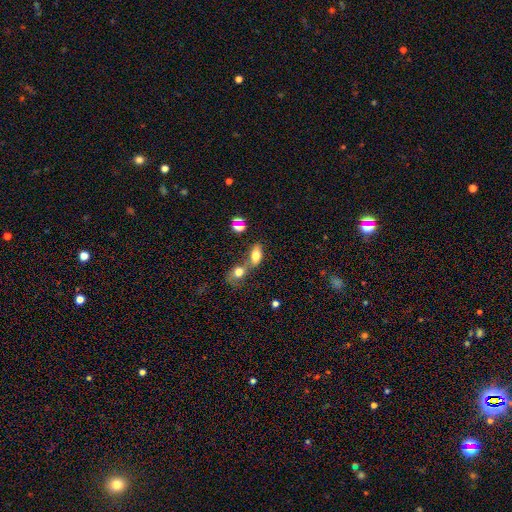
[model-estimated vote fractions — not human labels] This is likely a smooth galaxy (73%). How rounded: clearly in between (83%). Merging: possibly merger (46%).